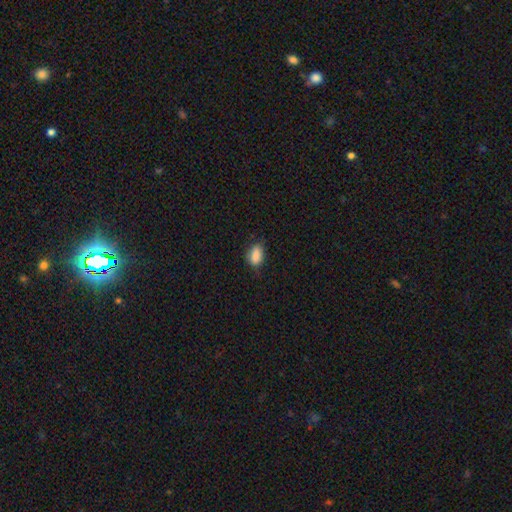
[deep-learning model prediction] Smooth or featured?
  - smooth: 87% *
  - star or artifact: 8%
  - featured or disk: 4%
How rounded?
  - in between: 87% *
  - round: 9%
  - cigar-shaped: 3%
Merging?
  - none: 71% *
  - minor disturbance: 23%
  - major disturbance: 4%
  - merger: 1%